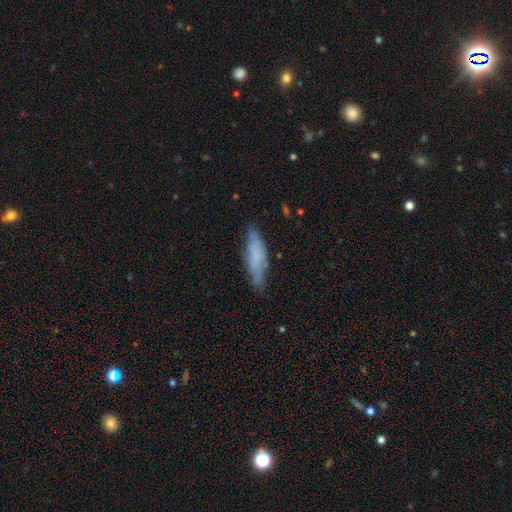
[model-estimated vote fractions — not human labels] Smooth or featured? smooth (62%)
How rounded? cigar-shaped (65%)
Merging? none (70%)